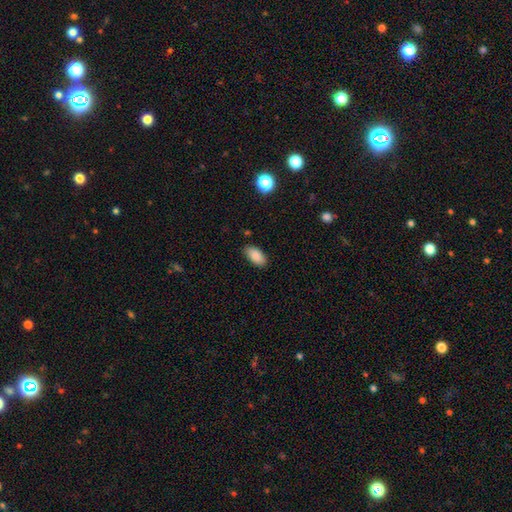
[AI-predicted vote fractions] Smooth or featured? Predicted: smooth (p=0.87). How rounded? Predicted: in between (p=0.94). Merging? Predicted: none (p=0.84).